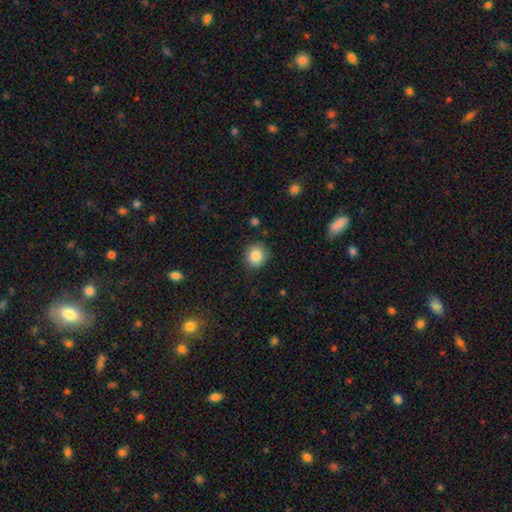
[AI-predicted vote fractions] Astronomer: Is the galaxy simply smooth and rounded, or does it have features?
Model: smooth — 84%.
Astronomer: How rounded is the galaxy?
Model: round — 85%.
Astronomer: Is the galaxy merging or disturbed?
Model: none — 87%.